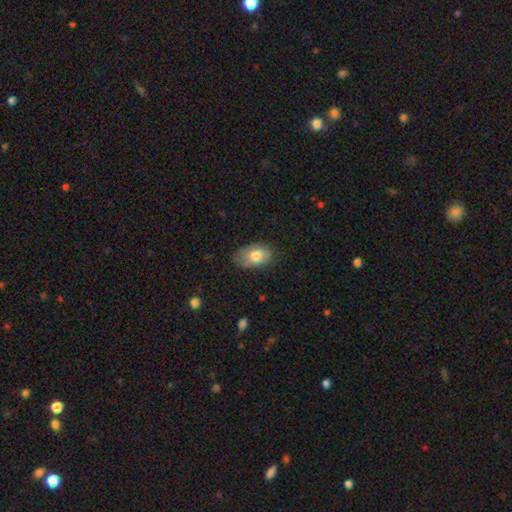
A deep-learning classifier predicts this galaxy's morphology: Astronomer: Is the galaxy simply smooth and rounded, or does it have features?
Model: smooth — 76%.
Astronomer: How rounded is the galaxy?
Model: in between — 88%.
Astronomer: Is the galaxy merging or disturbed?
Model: none — 68%.